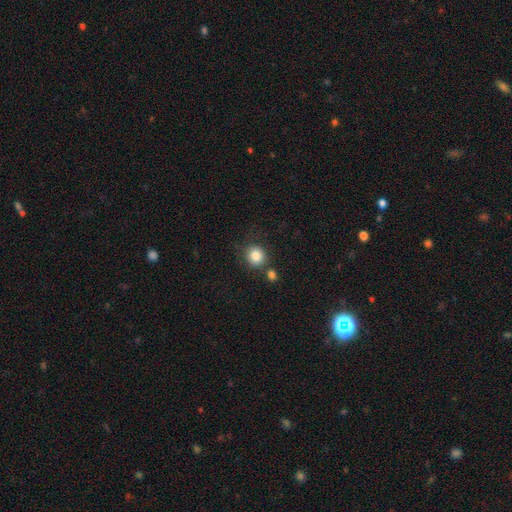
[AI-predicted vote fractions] Smooth or featured? Predicted: smooth (p=0.84). How rounded? Predicted: round (p=0.83). Merging? Predicted: none (p=0.71).